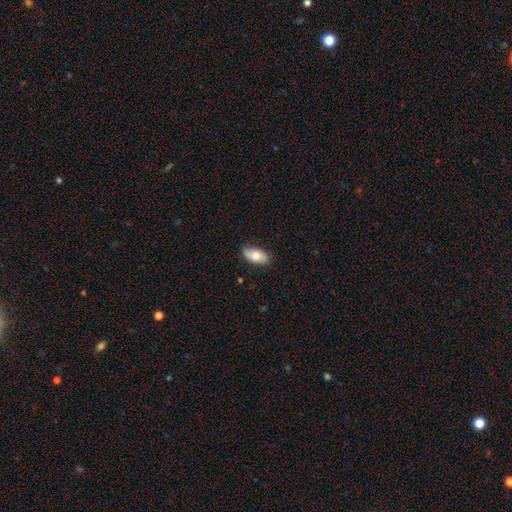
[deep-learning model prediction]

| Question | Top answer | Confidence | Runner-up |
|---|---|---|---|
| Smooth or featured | smooth | 75% | featured or disk (18%) |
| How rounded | in between | 93% | cigar-shaped (4%) |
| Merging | none | 82% | minor disturbance (14%) |